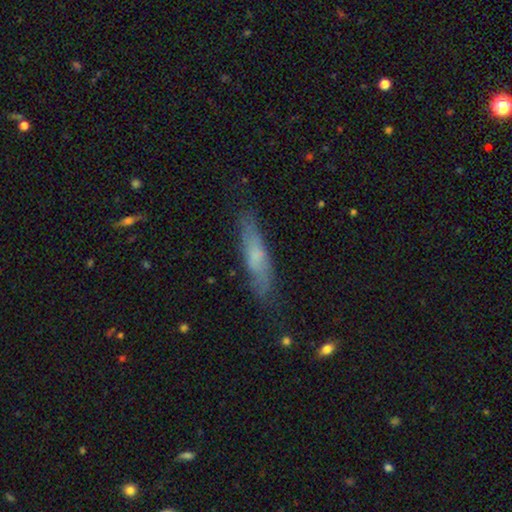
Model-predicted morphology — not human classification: smooth 57%, featured or disk 36%, star or artifact 7%. Down the decision tree: how rounded — cigar-shaped (80%); merging — none (76%).